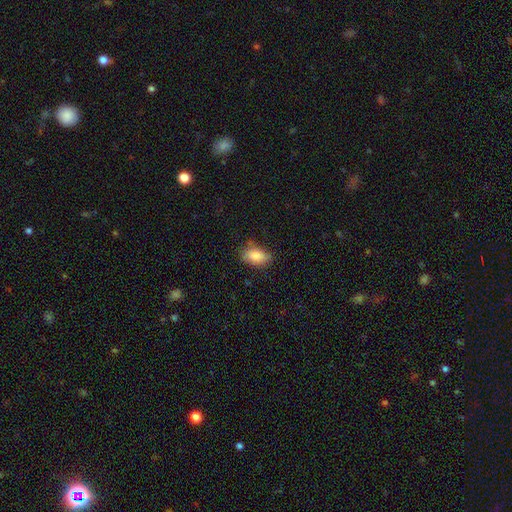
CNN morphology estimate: A smooth galaxy with no disk features (86%) that is in between round and cigar-shaped (90%). Merging: none (76%).